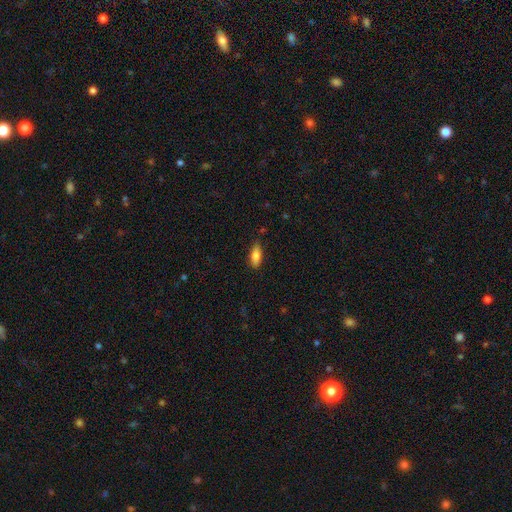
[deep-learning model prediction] Morphology: type=smooth (77%); roundness=in between (67%); merging=none (80%).